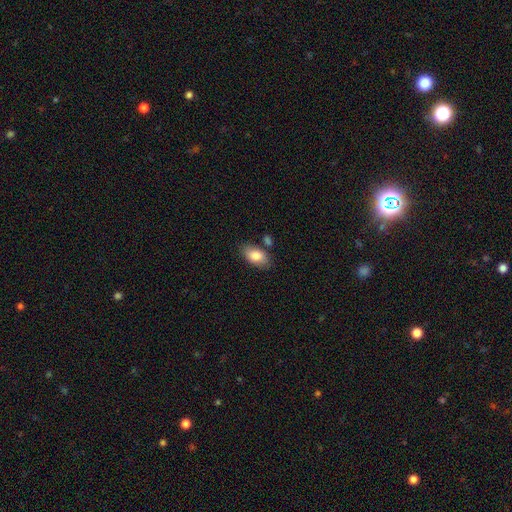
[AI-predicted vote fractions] Overall: smooth (83%). How rounded: in between (92%). Merging: none (74%).